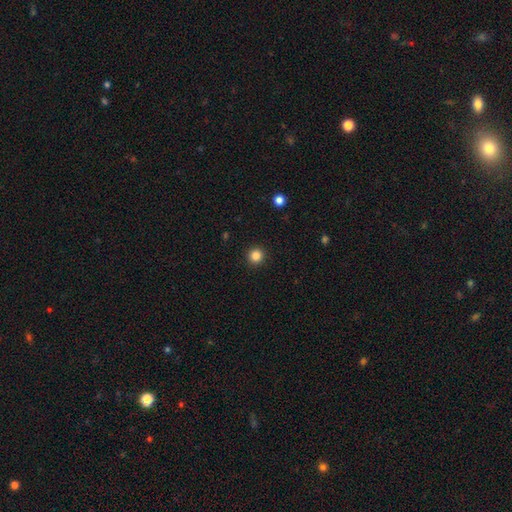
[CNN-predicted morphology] Q: Smooth or featured?
A: smooth (84%); runner-up: star or artifact (12%)
Q: How rounded?
A: round (95%); runner-up: in between (4%)
Q: Merging?
A: none (93%); runner-up: minor disturbance (4%)